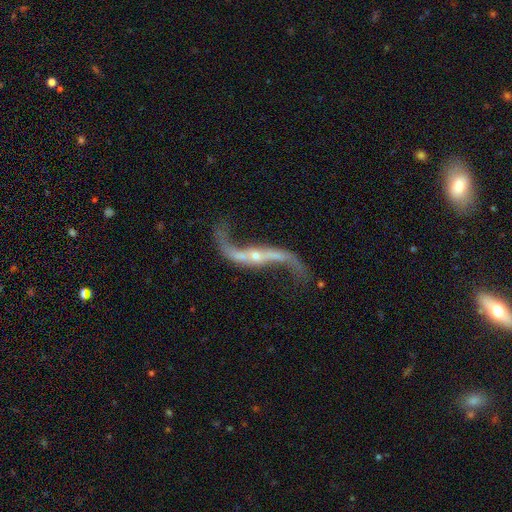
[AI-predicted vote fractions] A featured or disk galaxy (93%) with no bar (38%), 2 (95%) loose (95%) spiral arms (96%) and a small central bulge (75%). Merging: none (70%).